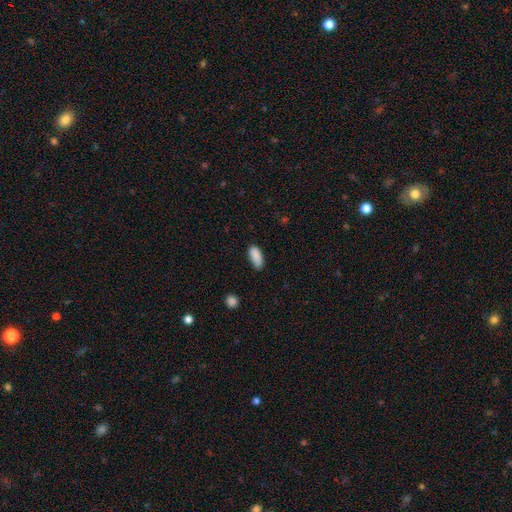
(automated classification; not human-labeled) The model was most divided on "merging": none: 72%, minor disturbance: 22%, major disturbance: 4%, merger: 2%. More confident: smooth or featured — smooth (88%); how rounded — in between (88%).